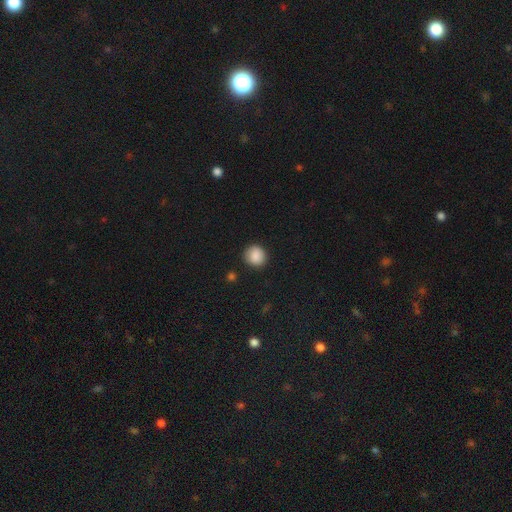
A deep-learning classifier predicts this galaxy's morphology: A smooth galaxy with no disk features (88%) that is round (89%).

Vote fractions:
- Smooth or featured? smooth: 88% / star or artifact: 9% / featured or disk: 4%
- How rounded? round: 89% / in between: 10% / cigar-shaped: 1%
- Merging? none: 87% / minor disturbance: 9% / major disturbance: 2% / merger: 1%